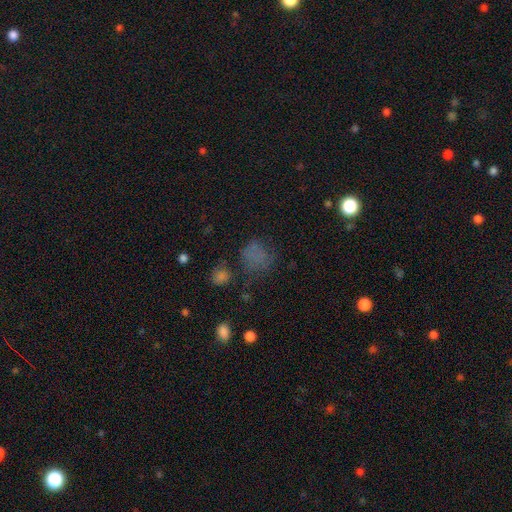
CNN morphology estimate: Smooth or featured? Predicted: smooth (p=0.62). How rounded? Predicted: round (p=0.66). Merging? Predicted: none (p=0.49).